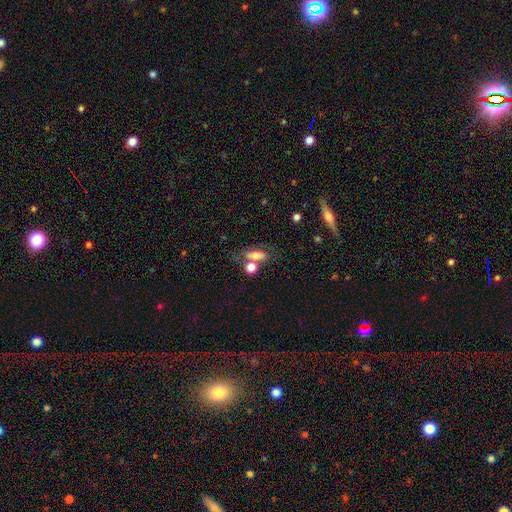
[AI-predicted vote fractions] smooth_or_featured: smooth (p=0.61) [alt: featured or disk p=0.29]
how_rounded: in between (p=0.70) [alt: cigar-shaped p=0.19]
merging: none (p=0.45) [alt: merger p=0.30]